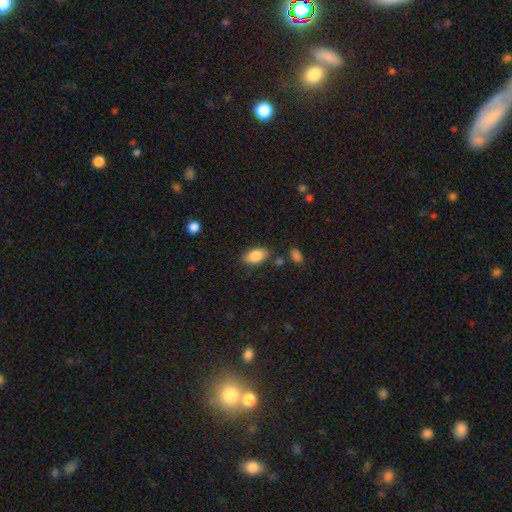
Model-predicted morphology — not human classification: The model was most divided on "merging": none: 79%, minor disturbance: 13%, merger: 5%, major disturbance: 3%. More confident: how rounded — in between (92%); smooth or featured — smooth (86%).